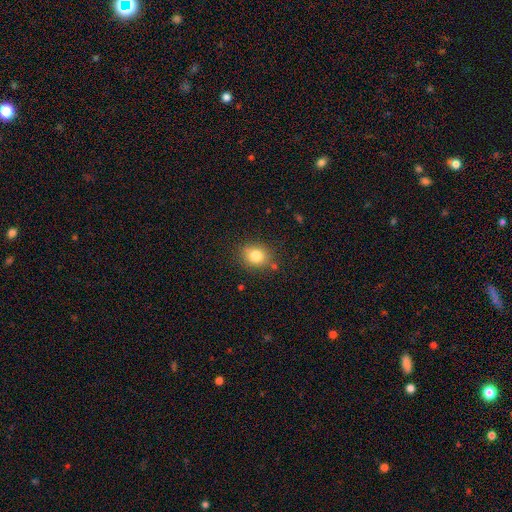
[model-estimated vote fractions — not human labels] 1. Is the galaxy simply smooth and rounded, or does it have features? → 80% smooth, 11% star or artifact, 8% featured or disk.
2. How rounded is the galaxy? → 64% round, 35% in between, 1% cigar-shaped.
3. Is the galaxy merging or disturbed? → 82% none, 12% minor disturbance, 3% major disturbance, 3% merger.